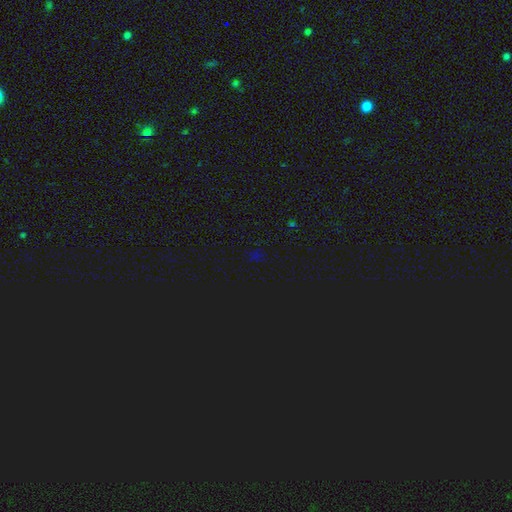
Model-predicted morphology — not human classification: A star or artifact, not a galaxy (72%).

Vote fractions:
- Smooth or featured? star or artifact: 72% / smooth: 22% / featured or disk: 6%